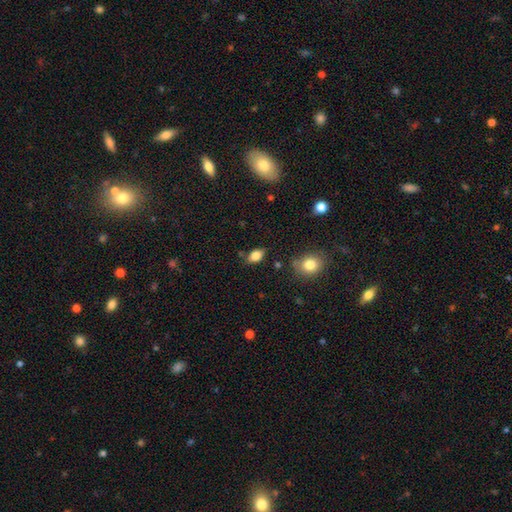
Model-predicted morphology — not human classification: This is clearly a smooth galaxy (83%). How rounded: clearly in between (86%). Merging: likely none (77%).